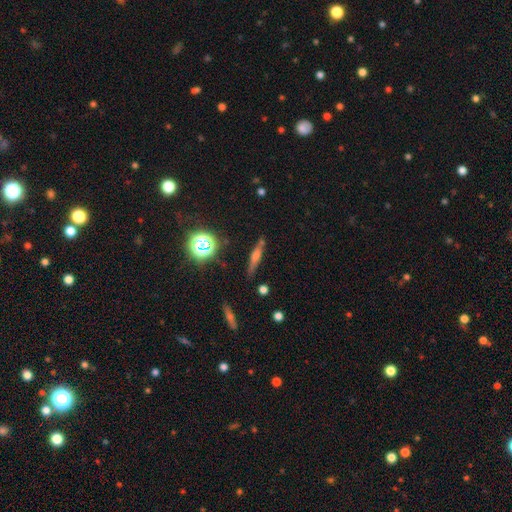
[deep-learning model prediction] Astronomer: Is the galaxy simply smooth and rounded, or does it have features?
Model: featured or disk — 50% (runner-up: smooth, 34%).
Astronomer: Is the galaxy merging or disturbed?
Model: none — 83%.